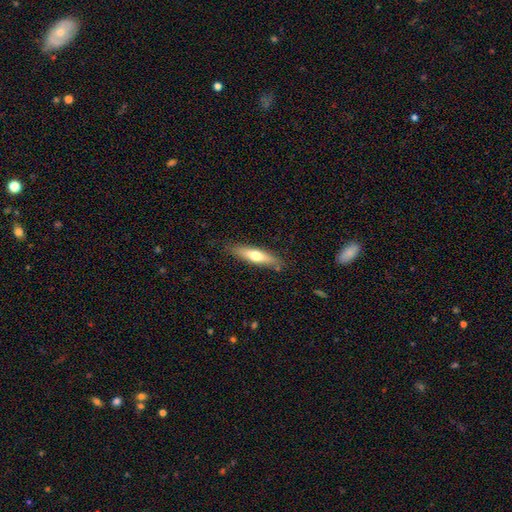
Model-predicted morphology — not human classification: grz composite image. It shows a smooth galaxy with no disk features (58%) that is cigar-shaped (77%). Merging: none (83%).